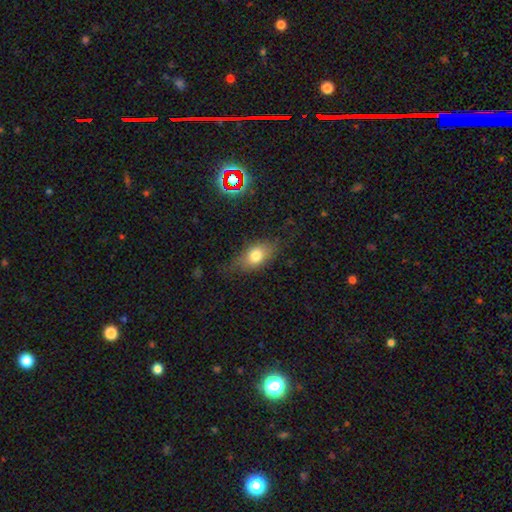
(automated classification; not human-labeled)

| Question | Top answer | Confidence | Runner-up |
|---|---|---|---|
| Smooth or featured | smooth | 73% | featured or disk (17%) |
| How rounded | in between | 78% | round (16%) |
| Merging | none | 69% | minor disturbance (21%) |